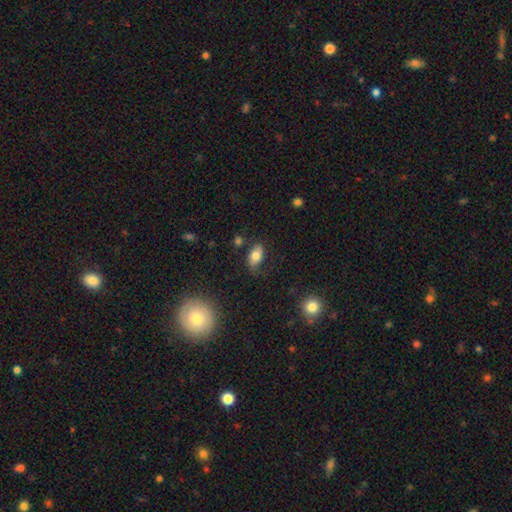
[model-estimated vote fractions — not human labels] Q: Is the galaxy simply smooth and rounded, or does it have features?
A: smooth — 76%.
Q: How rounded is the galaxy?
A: in between — 91%.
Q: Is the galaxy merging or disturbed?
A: none — 69%.